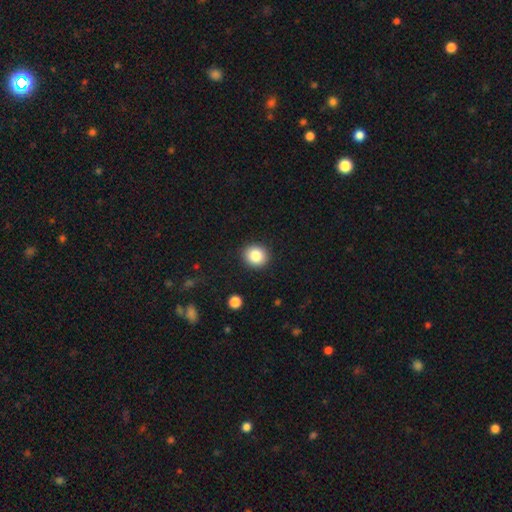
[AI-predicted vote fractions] The model was most divided on "how rounded": round: 82%, in between: 17%, cigar-shaped: 1%. More confident: merging — none (91%); smooth or featured — smooth (85%).